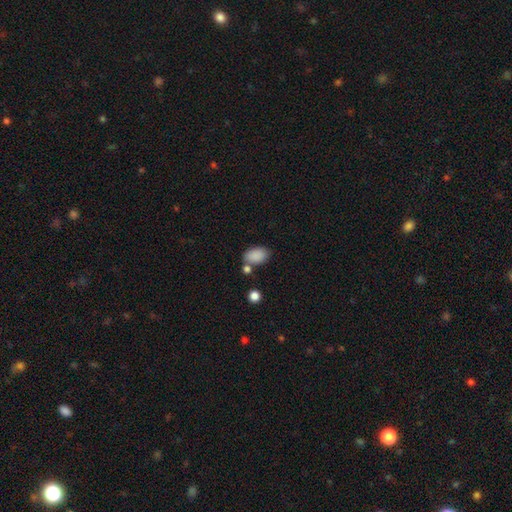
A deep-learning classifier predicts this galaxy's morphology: Smooth or featured? smooth (87%)
How rounded? in between (90%)
Merging? none (68%)